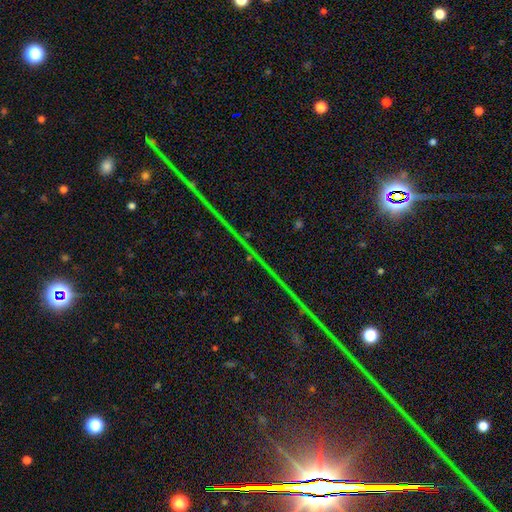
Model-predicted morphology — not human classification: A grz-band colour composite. It shows a star or artifact, not a galaxy (86%).